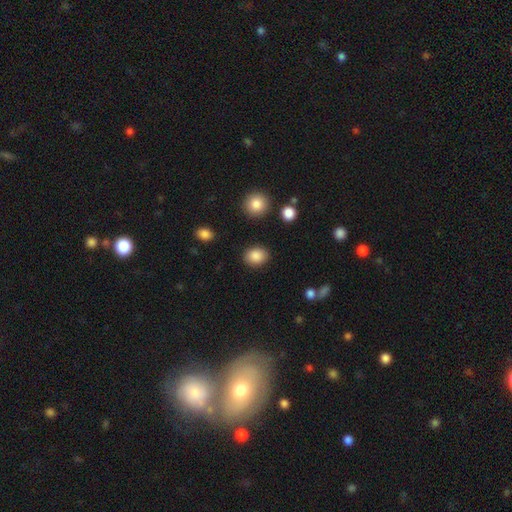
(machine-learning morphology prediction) The model was most divided on "how rounded": in between: 53%, round: 46%, cigar-shaped: 1%. More confident: smooth or featured — smooth (88%); merging — none (87%).